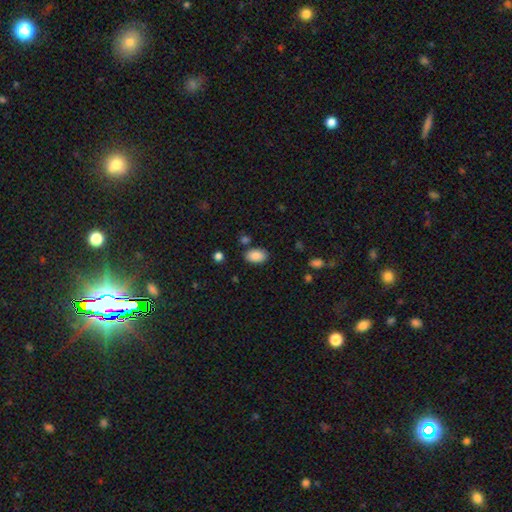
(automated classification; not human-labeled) A smooth galaxy with no disk features (87%) that is in between round and cigar-shaped (92%).

Vote fractions:
- Smooth or featured? smooth: 87% / star or artifact: 8% / featured or disk: 5%
- How rounded? in between: 92% / round: 6% / cigar-shaped: 1%
- Merging? none: 82% / minor disturbance: 11% / merger: 4% / major disturbance: 3%